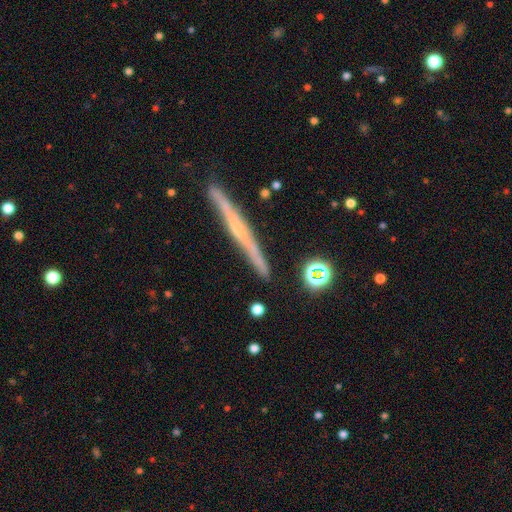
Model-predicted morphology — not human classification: This appears to be a featured or disk galaxy (57%) viewed edge-on (95%) with no central bulge (51%). Merging: none (84%).